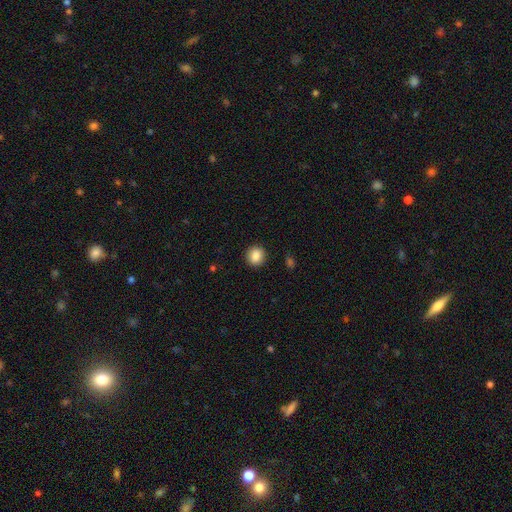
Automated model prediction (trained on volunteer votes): Smooth or featured? smooth (87%)
How rounded? round (88%)
Merging? none (91%)